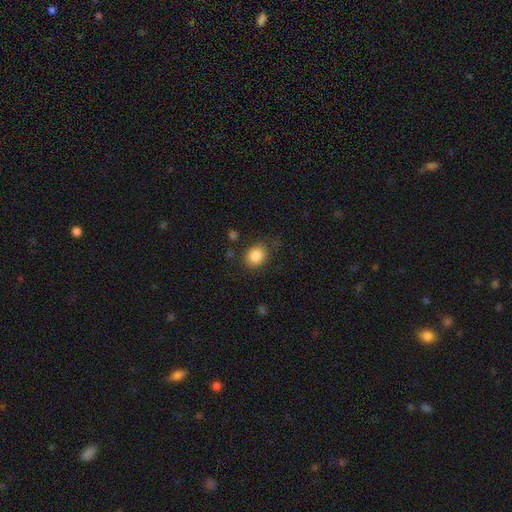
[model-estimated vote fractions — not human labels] Smooth or featured? smooth (85%)
How rounded? round (57%)
Merging? none (79%)